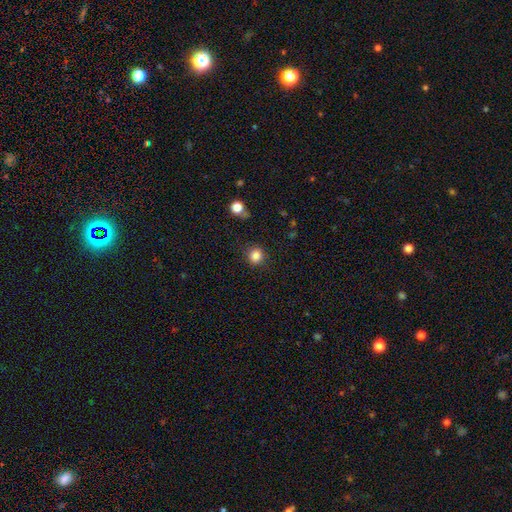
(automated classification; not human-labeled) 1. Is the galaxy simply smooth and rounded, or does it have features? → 85% smooth, 11% star or artifact, 4% featured or disk.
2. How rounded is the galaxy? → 91% round, 8% in between, 1% cigar-shaped.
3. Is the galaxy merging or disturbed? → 87% none, 8% minor disturbance, 3% major disturbance, 2% merger.